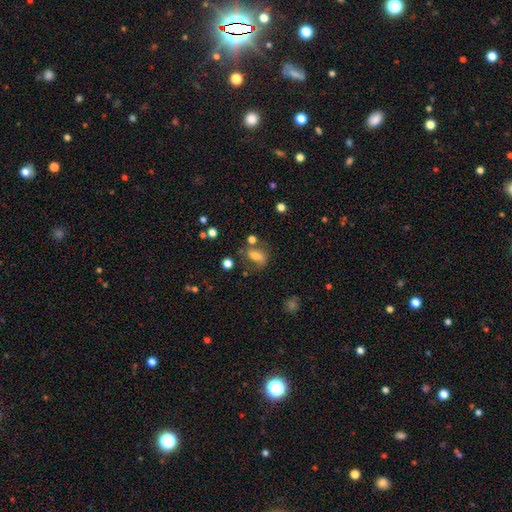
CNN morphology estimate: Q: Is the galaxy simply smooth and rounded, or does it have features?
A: smooth — 60%.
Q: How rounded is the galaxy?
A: in between — 75%.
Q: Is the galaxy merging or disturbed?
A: none — 53%.